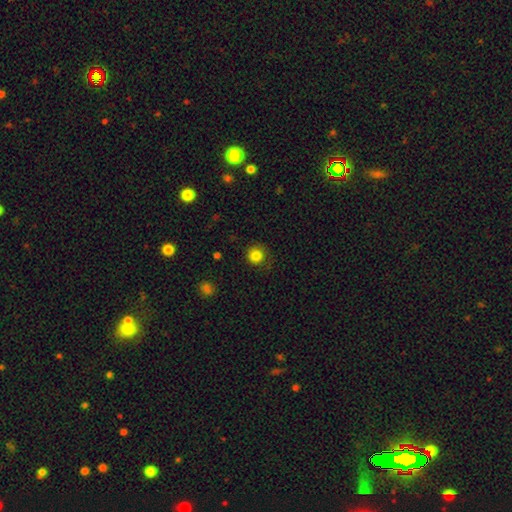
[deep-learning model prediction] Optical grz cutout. It shows a smooth galaxy with no disk features (83%) that is round (94%). Merging: none (83%).